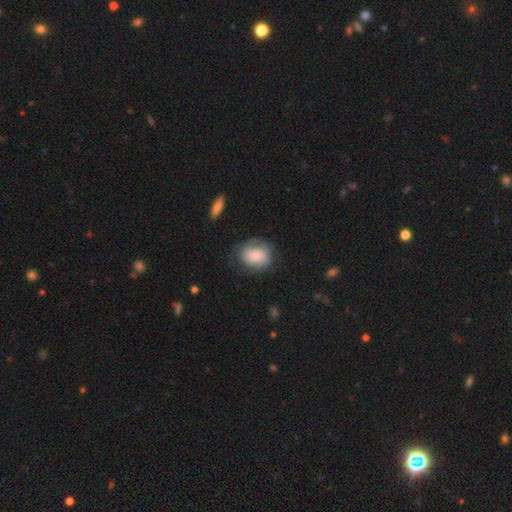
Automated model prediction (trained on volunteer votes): smooth_or_featured: smooth (p=0.63) [alt: featured or disk p=0.30]
how_rounded: round (p=0.58) [alt: in between p=0.41]
merging: none (p=0.63) [alt: minor disturbance p=0.24]